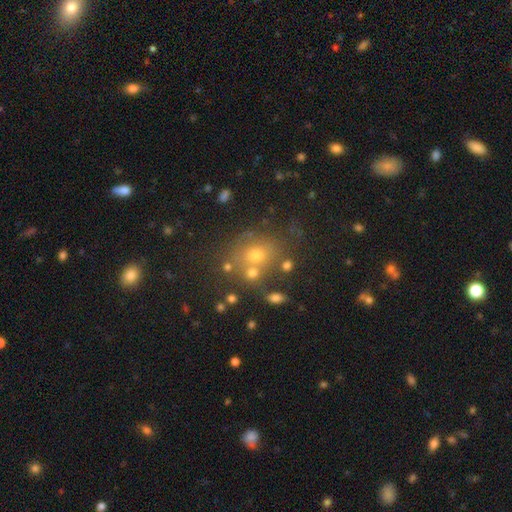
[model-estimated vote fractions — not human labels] smooth-or-featured: smooth: 63% | star or artifact: 22% | featured or disk: 15%
  how-rounded: round: 61% | in between: 38% | cigar-shaped: 1%
  merging: none: 64% | merger: 16% | minor disturbance: 14% | major disturbance: 6%